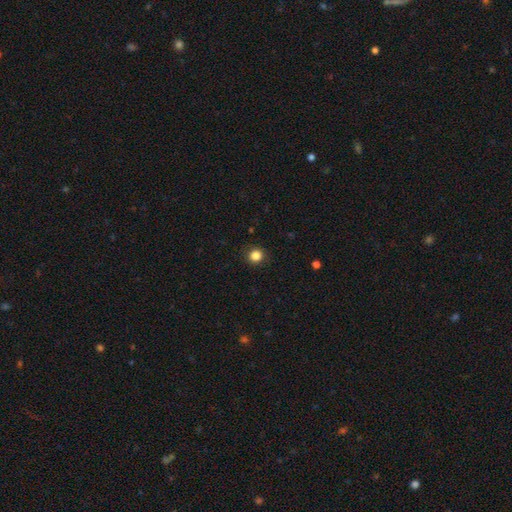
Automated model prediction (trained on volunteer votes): A smooth galaxy with no disk features (85%) that is round (91%). Merging: none (90%).